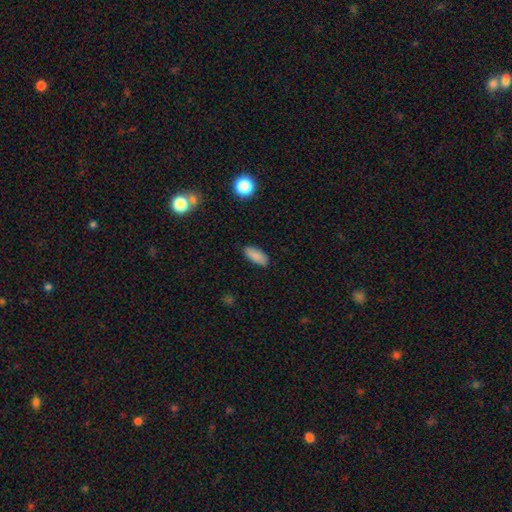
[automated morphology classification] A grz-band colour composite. It shows a smooth galaxy with no disk features (87%) that is in between round and cigar-shaped (80%). Merging: none (87%).